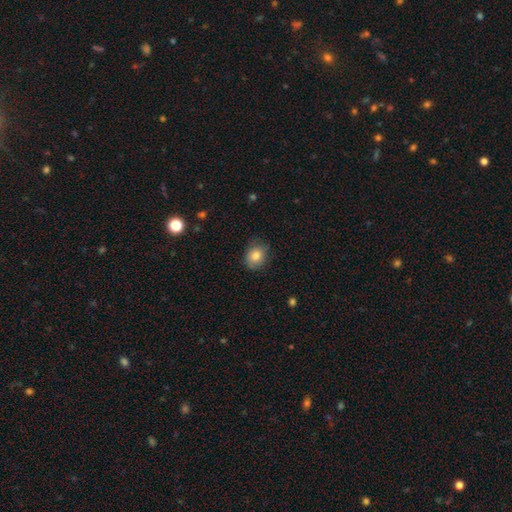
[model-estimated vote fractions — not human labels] Smooth or featured?
  - smooth: 82% *
  - featured or disk: 9%
  - star or artifact: 8%
How rounded?
  - round: 55% *
  - in between: 44%
  - cigar-shaped: 1%
Merging?
  - none: 76% *
  - minor disturbance: 19%
  - major disturbance: 4%
  - merger: 1%